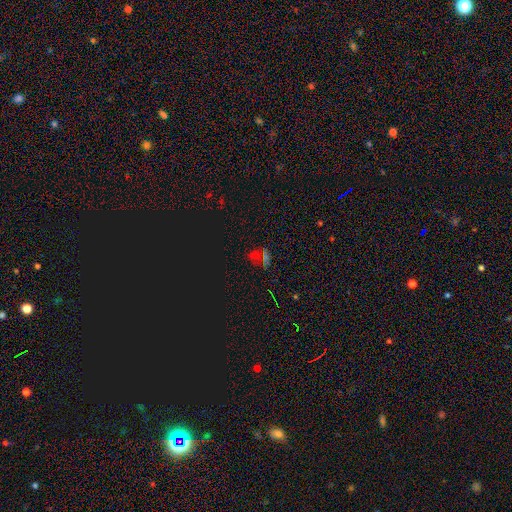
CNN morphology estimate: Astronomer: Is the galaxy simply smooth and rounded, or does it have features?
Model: star or artifact — 63%.